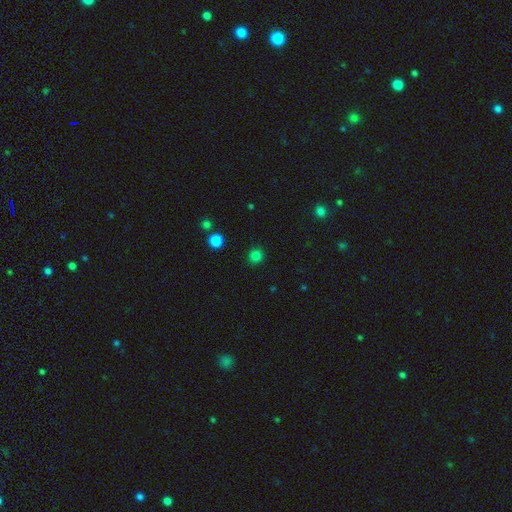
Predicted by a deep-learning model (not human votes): Smooth or featured? smooth (81%)
How rounded? round (92%)
Merging? none (89%)